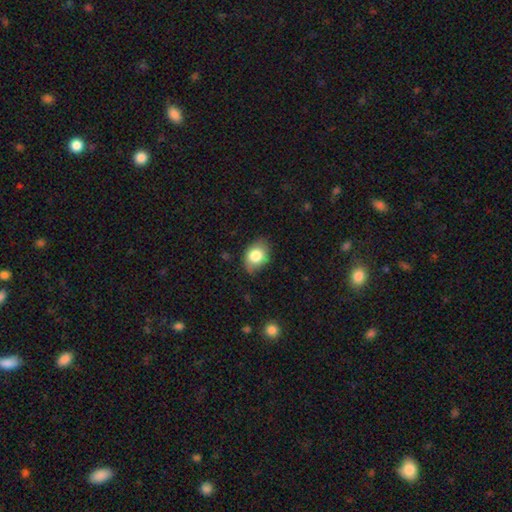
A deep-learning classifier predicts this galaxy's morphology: Smooth or featured? Predicted: smooth (p=0.80). How rounded? Predicted: in between (p=0.68). Merging? Predicted: none (p=0.69).